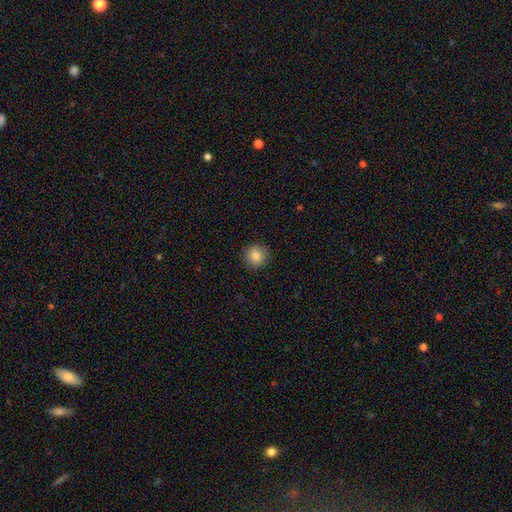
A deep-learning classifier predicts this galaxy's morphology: Smooth or featured: smooth — 85% (star or artifact — 9%)
How rounded: round — 92% (in between — 7%)
Merging: none — 91% (minor disturbance — 6%)